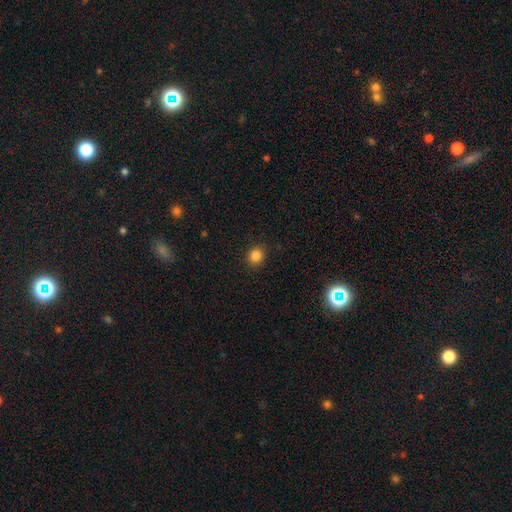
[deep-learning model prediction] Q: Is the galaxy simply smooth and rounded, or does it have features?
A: smooth — 84%.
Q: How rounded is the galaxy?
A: round — 80%.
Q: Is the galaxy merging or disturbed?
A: none — 90%.